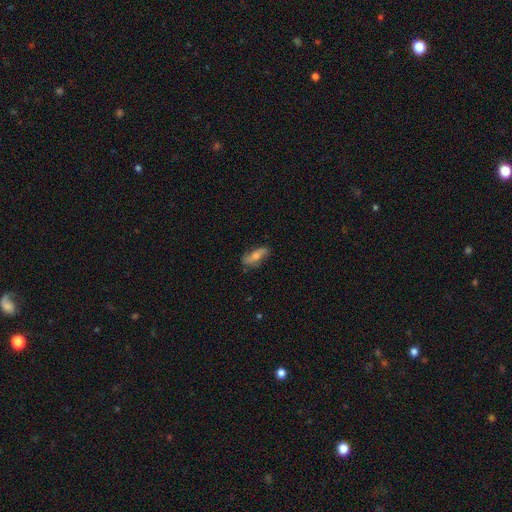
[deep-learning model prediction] Overall: smooth (46%, tied with featured or disk). Merging: none (76%).